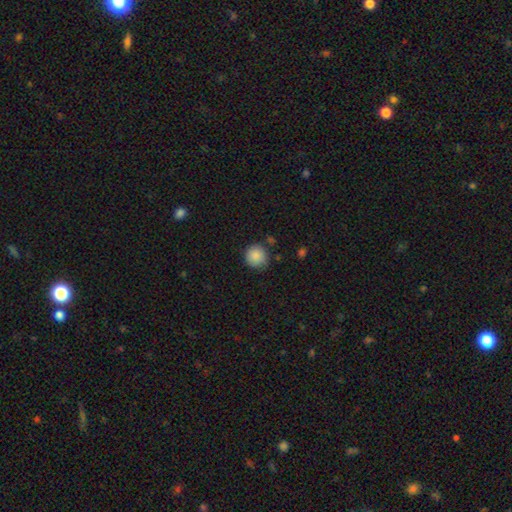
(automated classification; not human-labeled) The model was most divided on "merging": none: 82%, minor disturbance: 13%, merger: 3%, major disturbance: 3%. More confident: how rounded — round (94%); smooth or featured — smooth (87%).